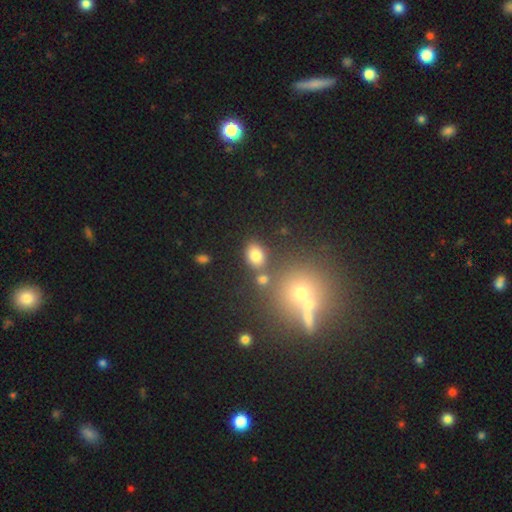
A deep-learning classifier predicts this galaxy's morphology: smooth_or_featured: smooth (p=0.79) [alt: star or artifact p=0.13]
how_rounded: in between (p=0.68) [alt: round p=0.31]
merging: none (p=0.76) [alt: minor disturbance p=0.11]